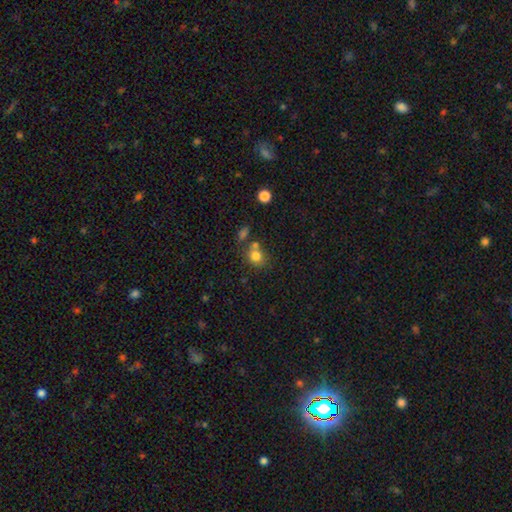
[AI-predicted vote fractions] smooth_or_featured: smooth (p=0.79) [alt: star or artifact p=0.12]
how_rounded: round (p=0.75) [alt: in between p=0.24]
merging: none (p=0.60) [alt: merger p=0.23]